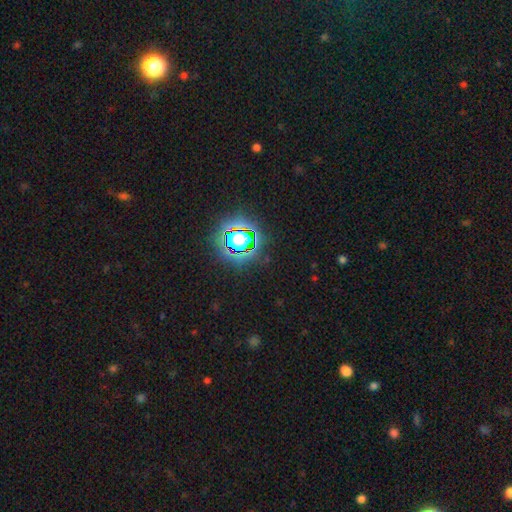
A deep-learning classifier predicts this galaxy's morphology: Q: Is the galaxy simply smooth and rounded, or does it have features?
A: star or artifact — 79%.